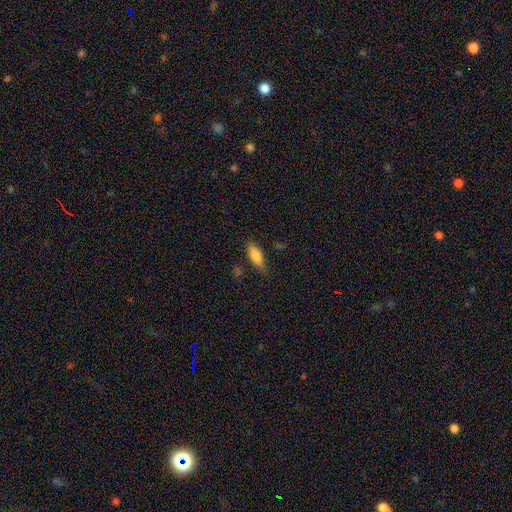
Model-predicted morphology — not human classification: Smooth or featured? Predicted: smooth (p=0.79). How rounded? Predicted: in between (p=0.66). Merging? Predicted: none (p=0.76).